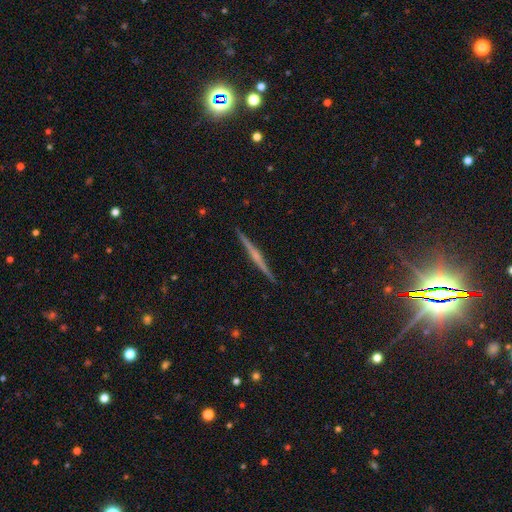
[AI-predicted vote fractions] This appears to be a featured or disk galaxy (76%) viewed edge-on (98%) with a rounded central bulge (52%). Merging: none (93%).